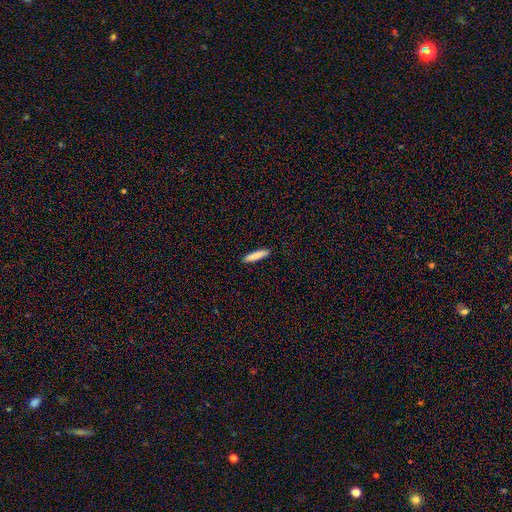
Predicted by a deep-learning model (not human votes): smooth 85%, featured or disk 9%, star or artifact 6%. Down the decision tree: how rounded — cigar-shaped (86%); merging — none (91%).